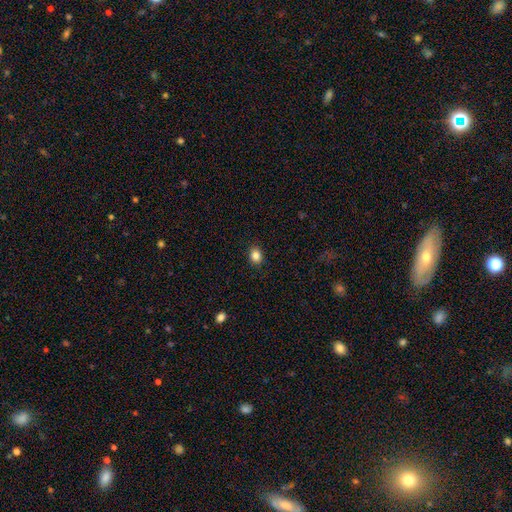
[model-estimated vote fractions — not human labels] smooth 85%, star or artifact 10%, featured or disk 5%. Down the decision tree: how rounded — in between (51%); merging — none (89%).